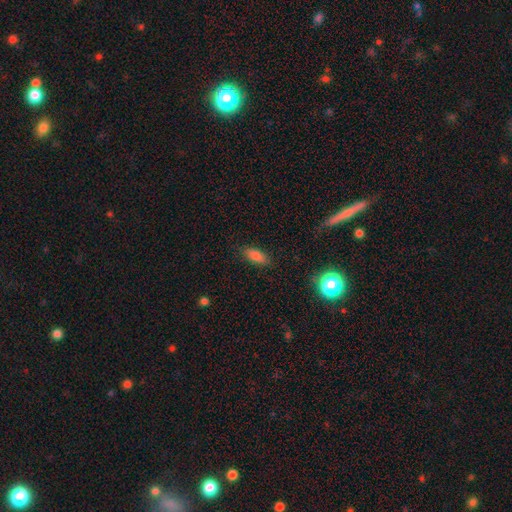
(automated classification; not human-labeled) Overall: smooth (82%). How rounded: in between (79%). Merging: none (85%).